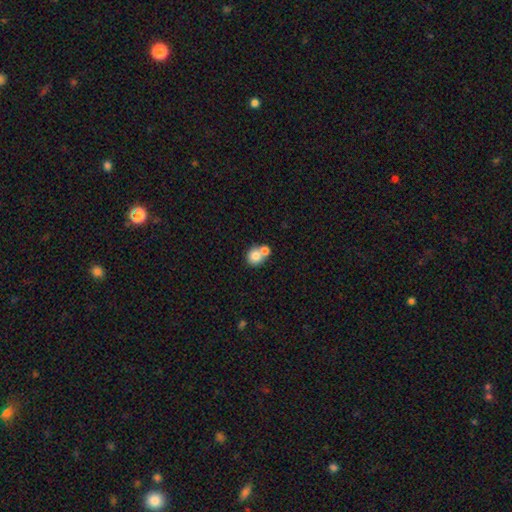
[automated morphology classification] smooth_or_featured: smooth (p=0.78) [alt: featured or disk p=0.13]
how_rounded: round (p=0.83) [alt: in between p=0.16]
merging: merger (p=0.51) [alt: none p=0.39]